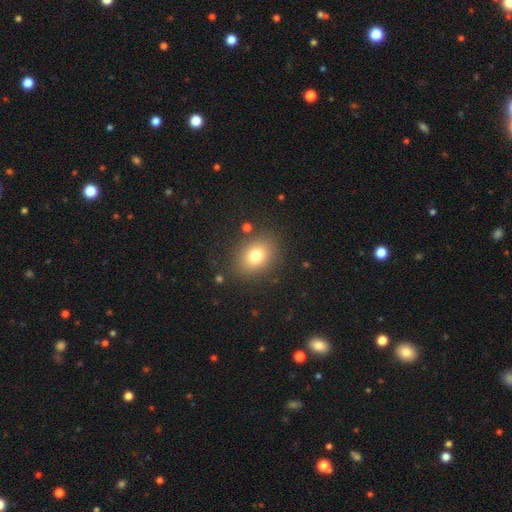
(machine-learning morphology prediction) smooth 77%, star or artifact 13%, featured or disk 11%. Down the decision tree: how rounded — in between (53%); merging — none (84%).